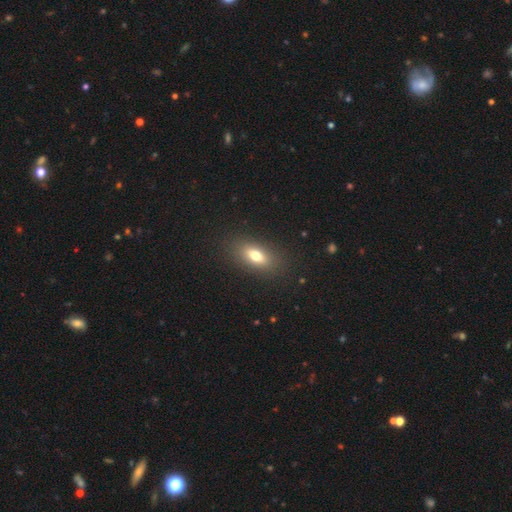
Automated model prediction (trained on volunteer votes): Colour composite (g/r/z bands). It shows a smooth galaxy with no disk features (72%) that is in between round and cigar-shaped (81%). Merging: none (87%).